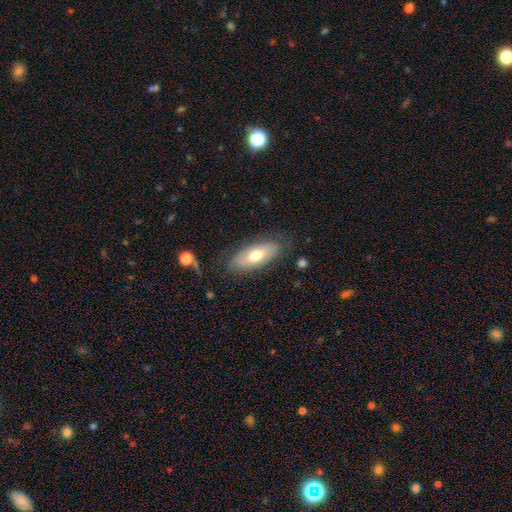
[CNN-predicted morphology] A smooth galaxy with no disk features (60%) that is in between round and cigar-shaped (83%).

Vote fractions:
- Smooth or featured? smooth: 60% / featured or disk: 33% / star or artifact: 7%
- How rounded? in between: 83% / cigar-shaped: 15% / round: 3%
- Merging? none: 76% / minor disturbance: 16% / major disturbance: 6% / merger: 2%